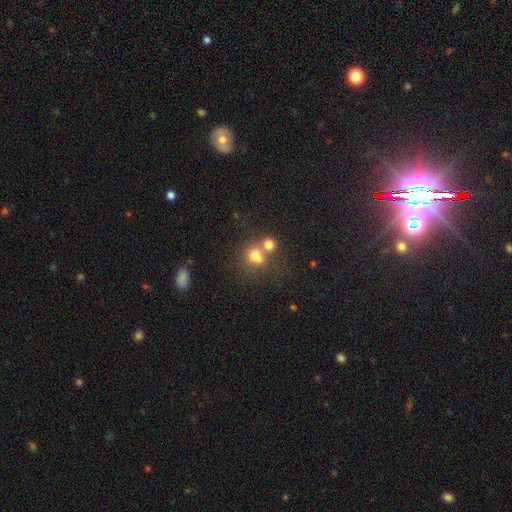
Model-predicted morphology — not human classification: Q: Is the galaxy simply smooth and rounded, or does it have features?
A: smooth — 74%.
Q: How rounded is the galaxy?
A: round — 63%.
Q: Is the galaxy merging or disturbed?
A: merger — 51%.